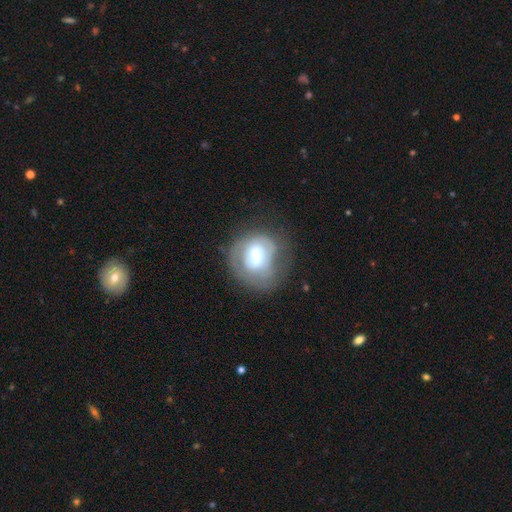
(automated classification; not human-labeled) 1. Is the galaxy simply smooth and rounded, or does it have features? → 48% featured or disk, 44% smooth, 8% star or artifact.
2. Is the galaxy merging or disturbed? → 46% none, 27% minor disturbance, 25% major disturbance, 2% merger.